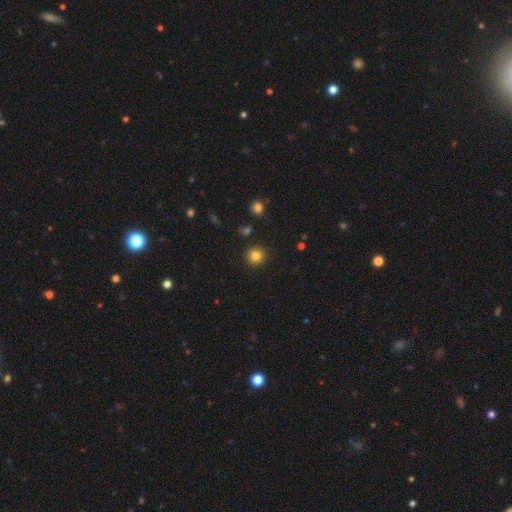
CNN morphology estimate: Overall: smooth (83%). How rounded: round (93%). Merging: none (91%).